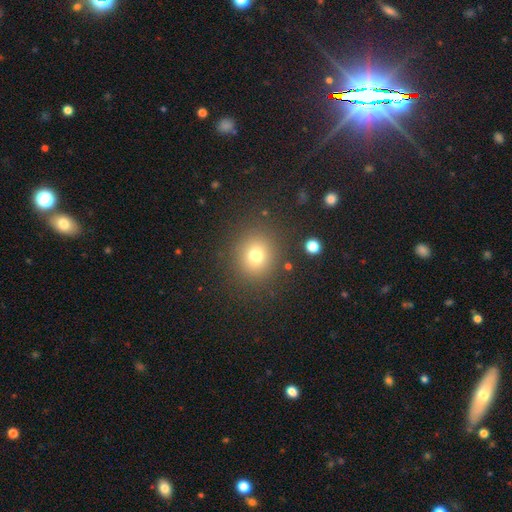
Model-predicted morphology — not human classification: smooth_or_featured: smooth (p=0.74) [alt: star or artifact p=0.17]
how_rounded: round (p=0.86) [alt: in between p=0.13]
merging: none (p=0.87) [alt: minor disturbance p=0.07]